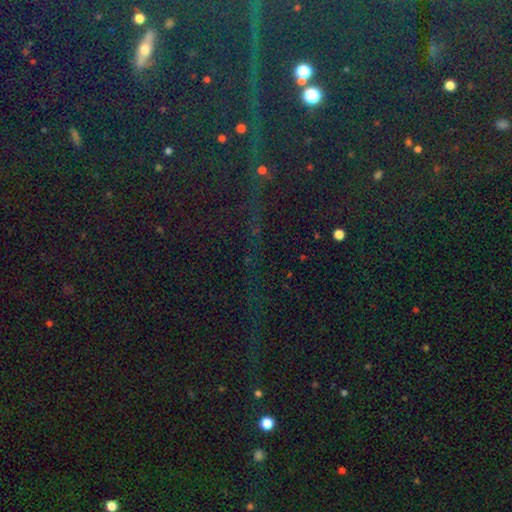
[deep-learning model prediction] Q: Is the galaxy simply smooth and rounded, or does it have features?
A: star or artifact — 83%.